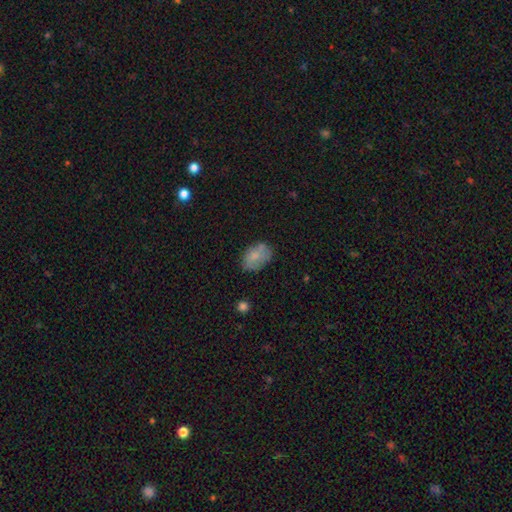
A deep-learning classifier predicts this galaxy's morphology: This appears to be a smooth galaxy with no disk features (72%) that is in between round and cigar-shaped (83%). Merging: none (64%).